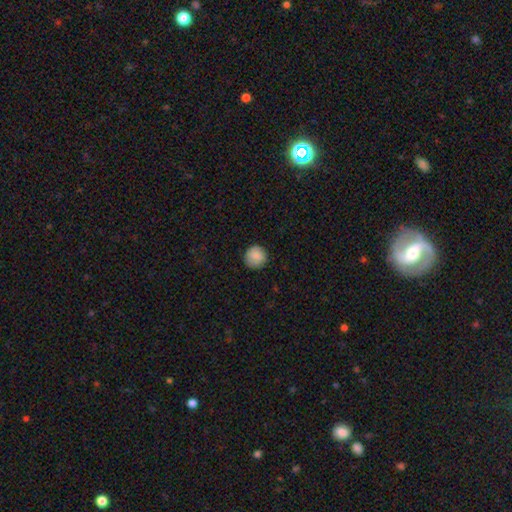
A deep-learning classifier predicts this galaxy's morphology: Q: Smooth or featured?
A: smooth (87%); runner-up: star or artifact (7%)
Q: How rounded?
A: round (94%); runner-up: in between (5%)
Q: Merging?
A: none (87%); runner-up: minor disturbance (10%)